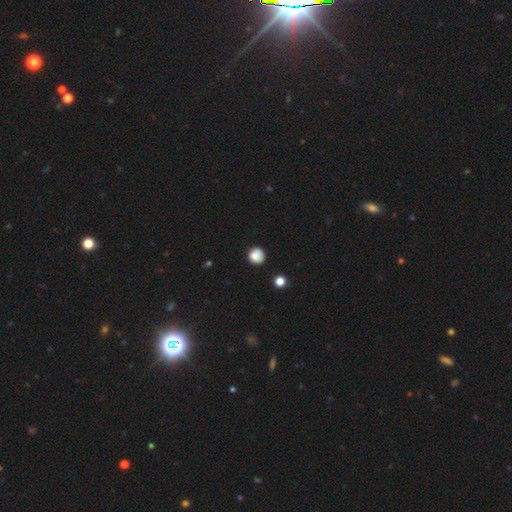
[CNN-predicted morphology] Smooth or featured?
  - smooth: 82% *
  - star or artifact: 10%
  - featured or disk: 7%
How rounded?
  - round: 90% *
  - in between: 9%
  - cigar-shaped: 1%
Merging?
  - none: 77% *
  - minor disturbance: 16%
  - major disturbance: 4%
  - merger: 3%